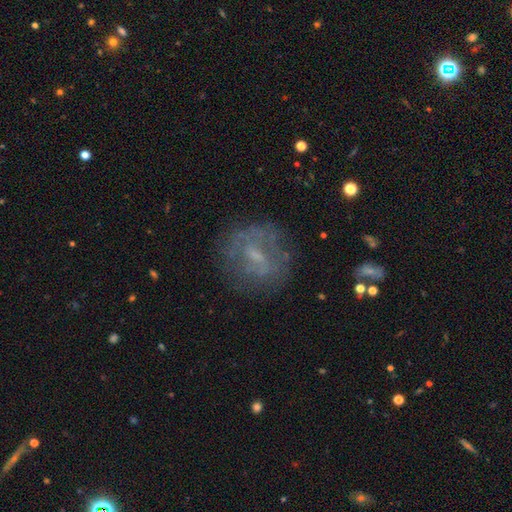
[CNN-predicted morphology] featured or disk 55%, smooth 30%, star or artifact 16%. Down the decision tree: edge-on disk — no (94%); bar — weak (49%); spiral arms — yes (50%, tied with no); bulge size — small (49%); merging — none (72%).